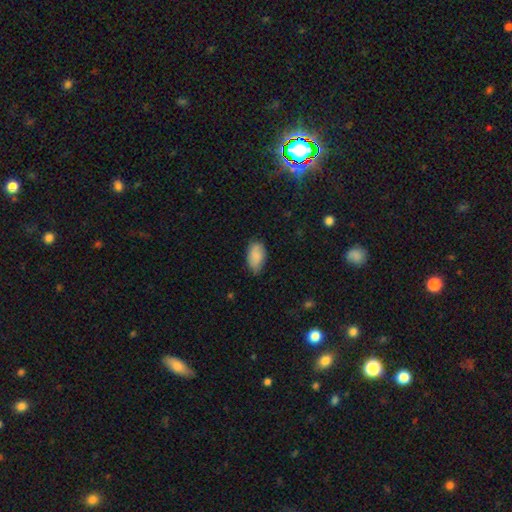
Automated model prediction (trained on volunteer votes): The model was most divided on "merging": none: 70%, minor disturbance: 24%, major disturbance: 4%, merger: 1%. More confident: how rounded — in between (94%); smooth or featured — smooth (82%).